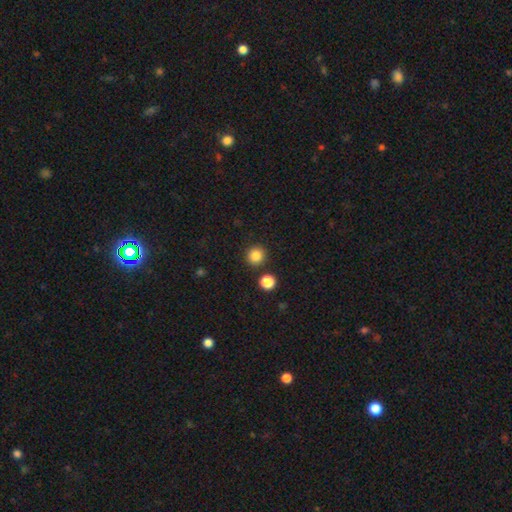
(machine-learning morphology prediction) A smooth galaxy with no disk features (86%) that is round (94%).

Vote fractions:
- Smooth or featured? smooth: 86% / star or artifact: 11% / featured or disk: 3%
- How rounded? round: 94% / in between: 5% / cigar-shaped: 1%
- Merging? none: 89% / minor disturbance: 6% / merger: 4% / major disturbance: 2%